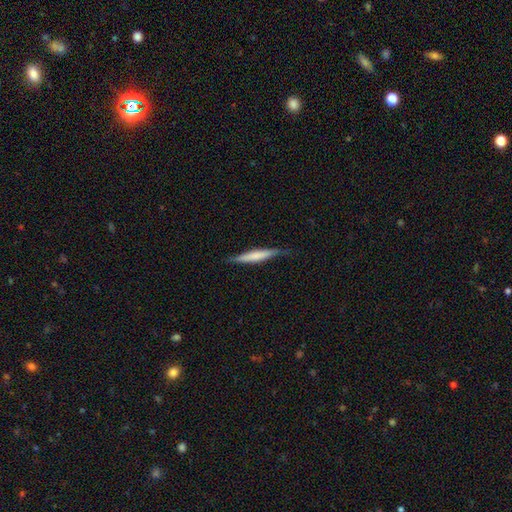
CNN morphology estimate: This appears to be a smooth galaxy with no disk features (58%) that is cigar-shaped (92%). Merging: none (81%).